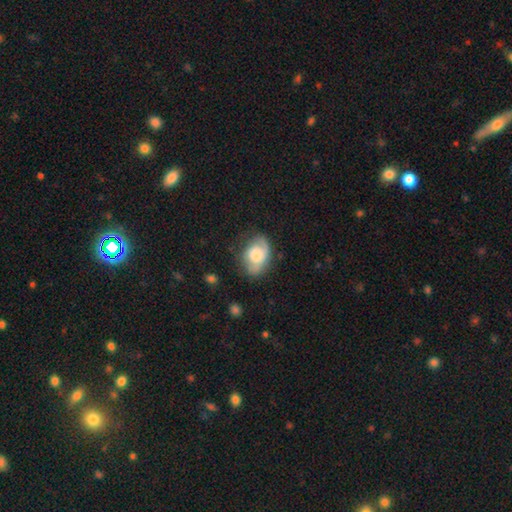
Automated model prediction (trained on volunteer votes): This is possibly a smooth galaxy (48%). Merging: possibly none (60%).